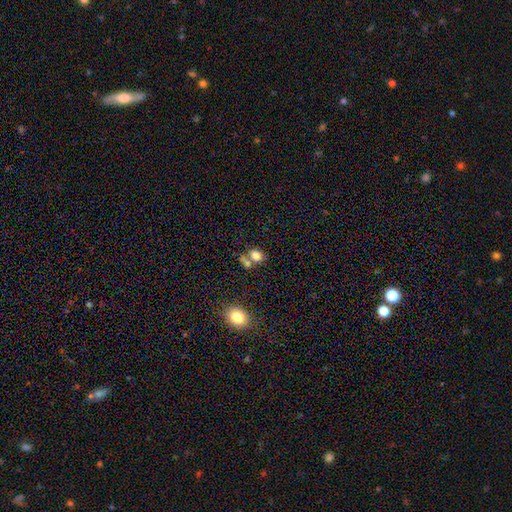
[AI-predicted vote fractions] Morphology: type=smooth (80%); roundness=in between (53%); merging=none (46%).